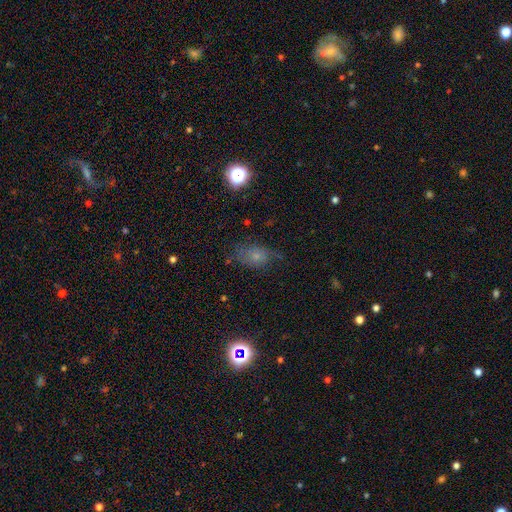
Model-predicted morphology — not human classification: type=smooth (61%); roundness=in between (79%); merging=none (57%).